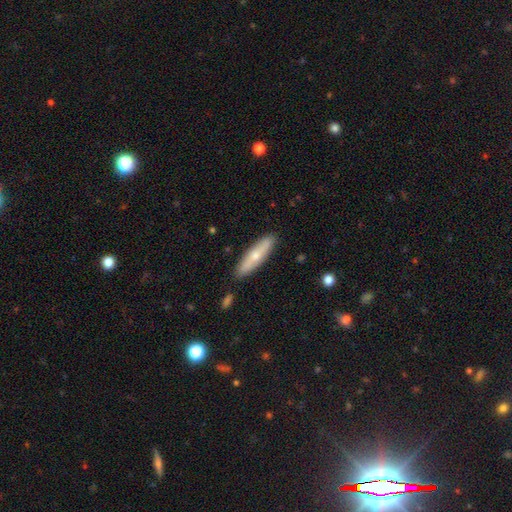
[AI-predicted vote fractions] Smooth or featured: smooth — 56% (featured or disk — 38%)
How rounded: cigar-shaped — 73% (in between — 25%)
Merging: none — 87% (minor disturbance — 9%)